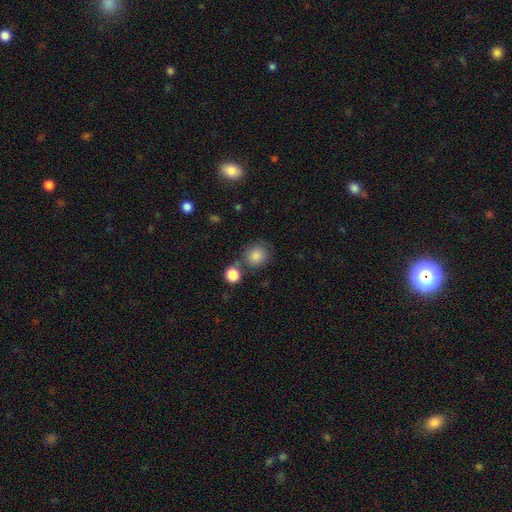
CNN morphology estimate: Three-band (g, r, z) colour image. It shows a smooth galaxy with no disk features (85%) that is round (81%). Merging: none (66%).